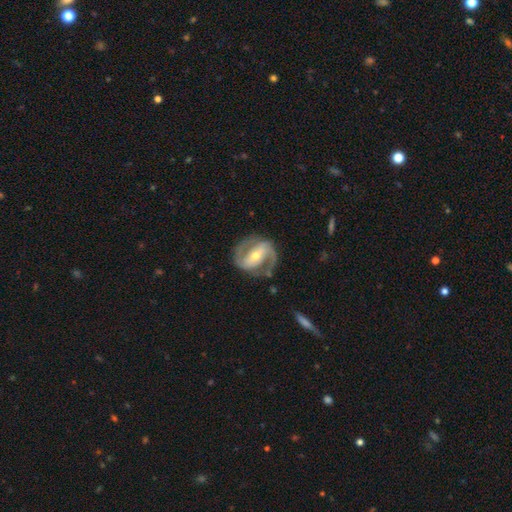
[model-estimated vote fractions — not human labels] smooth-or-featured: featured or disk: 89% | smooth: 7% | star or artifact: 4%
  disk-edge-on: no: 97% | yes: 3%
    bar: strong: 49% | weak: 32% | no: 18%
    has-spiral-arms: yes: 96% | no: 4%
      spiral-winding: medium: 54% | tight: 30% | loose: 16%
      spiral-arm-count: 2: 91% | can't tell: 3% | 1: 2% | 3: 2% | 4: 1% | more than 4: 1%
    bulge-size: moderate: 55% | small: 40% | large: 3% | none: 1% | dominant: 1%
  merging: none: 79% | minor disturbance: 13% | major disturbance: 7% | merger: 2%